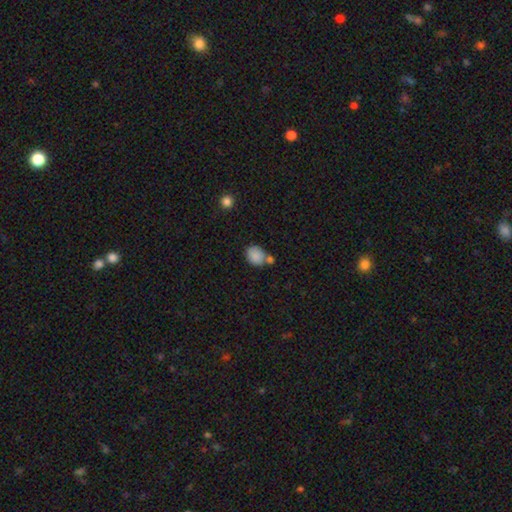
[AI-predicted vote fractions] This is clearly a smooth galaxy (86%). How rounded: possibly in between (50%). Merging: possibly none (54%).